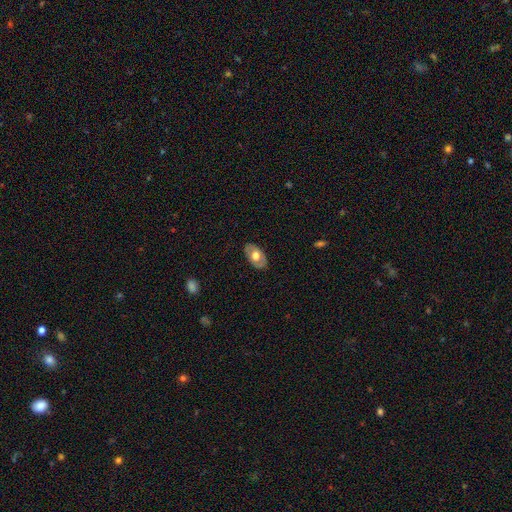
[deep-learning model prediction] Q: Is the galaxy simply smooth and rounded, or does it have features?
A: smooth — 53%.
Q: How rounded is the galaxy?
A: in between — 91%.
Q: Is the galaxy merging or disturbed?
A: none — 82%.